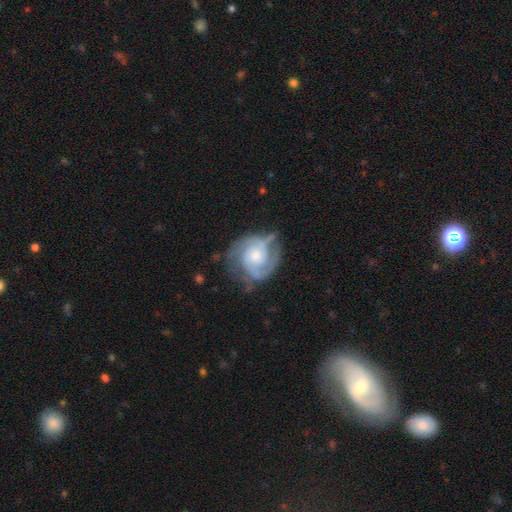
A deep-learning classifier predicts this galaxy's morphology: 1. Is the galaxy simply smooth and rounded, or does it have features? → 86% featured or disk, 10% smooth, 5% star or artifact.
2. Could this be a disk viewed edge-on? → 98% no, 2% yes.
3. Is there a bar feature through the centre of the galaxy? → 70% no, 25% weak, 5% strong.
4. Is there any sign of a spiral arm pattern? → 96% yes, 4% no.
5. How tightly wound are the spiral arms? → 48% tight, 42% medium, 10% loose.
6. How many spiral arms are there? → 65% 2, 16% 3, 10% can't tell, 3% 1, 3% 4, 3% more than 4.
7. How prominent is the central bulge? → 49% moderate, 38% small, 8% large, 3% none, 1% dominant.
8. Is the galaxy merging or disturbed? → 63% none, 24% minor disturbance, 11% major disturbance, 2% merger.